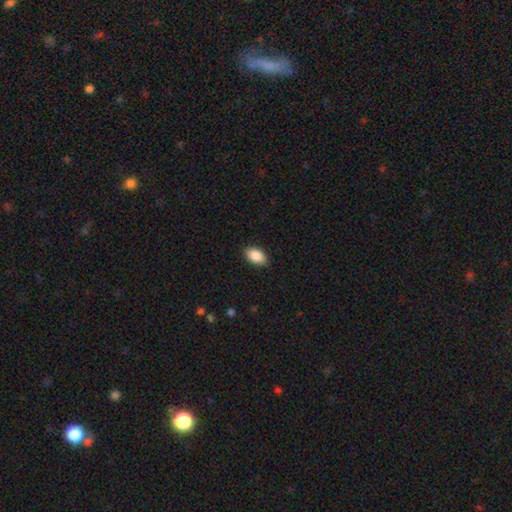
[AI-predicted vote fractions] Overall: smooth (88%). How rounded: in between (92%). Merging: none (85%).